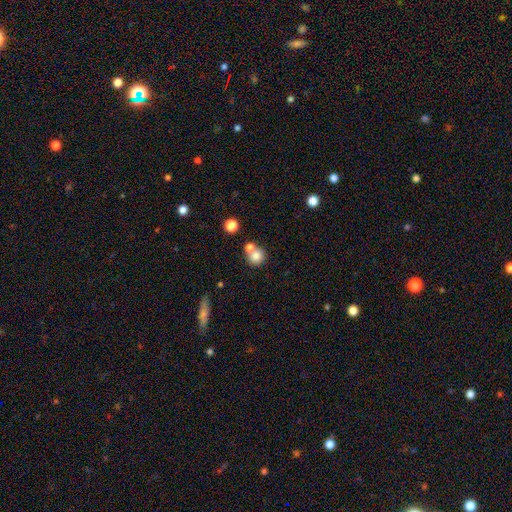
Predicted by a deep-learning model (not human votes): A smooth galaxy with no disk features (78%) that is round (86%). Merging: none (49%).